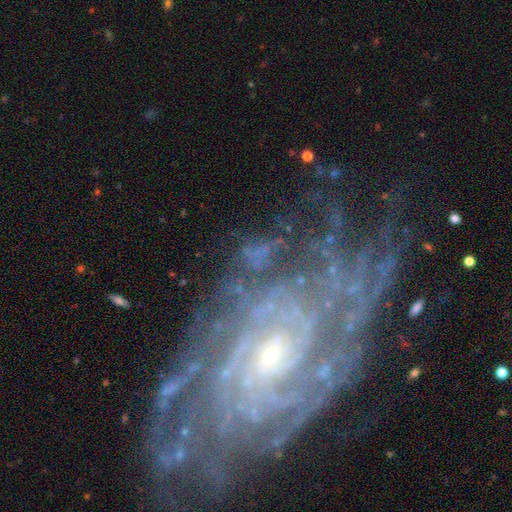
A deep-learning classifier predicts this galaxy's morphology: Smooth or featured: featured or disk — 53% (star or artifact — 29%)
Edge-on disk: no — 93% (yes — 7%)
Merging: none — 53% (major disturbance — 21%)